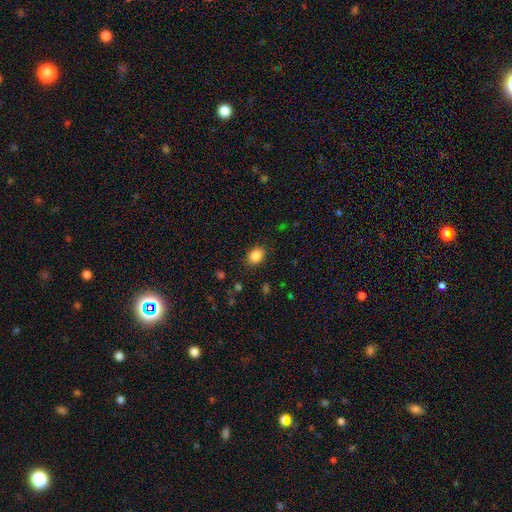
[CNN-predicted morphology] smooth_or_featured: smooth (p=0.87) [alt: star or artifact p=0.09]
how_rounded: in between (p=0.64) [alt: round p=0.35]
merging: none (p=0.86) [alt: minor disturbance p=0.10]